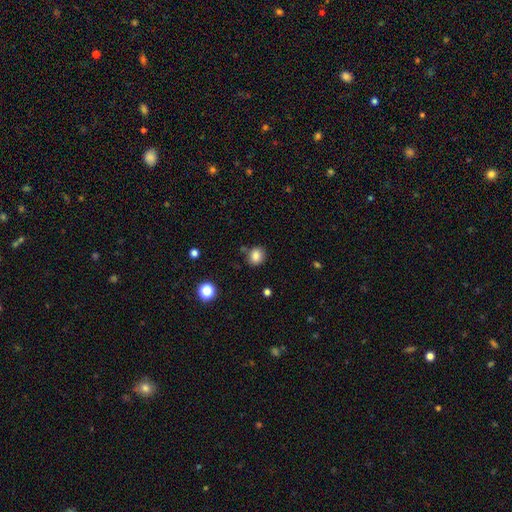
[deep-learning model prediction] Smooth or featured: smooth — 83% (star or artifact — 11%)
How rounded: round — 71% (in between — 28%)
Merging: none — 77% (minor disturbance — 14%)